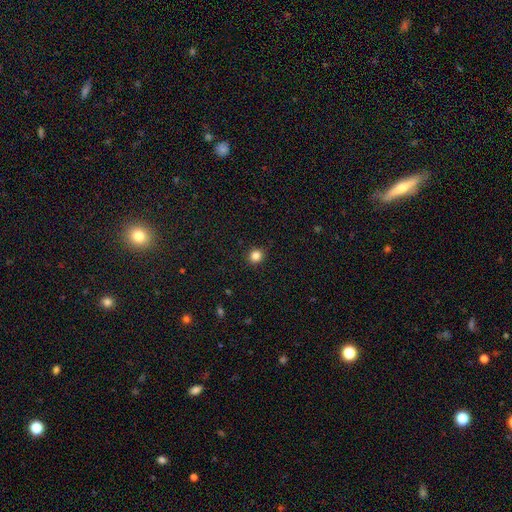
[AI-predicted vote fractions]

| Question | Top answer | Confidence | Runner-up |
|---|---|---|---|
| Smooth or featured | smooth | 84% | star or artifact (12%) |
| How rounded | round | 86% | in between (13%) |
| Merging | none | 90% | minor disturbance (7%) |